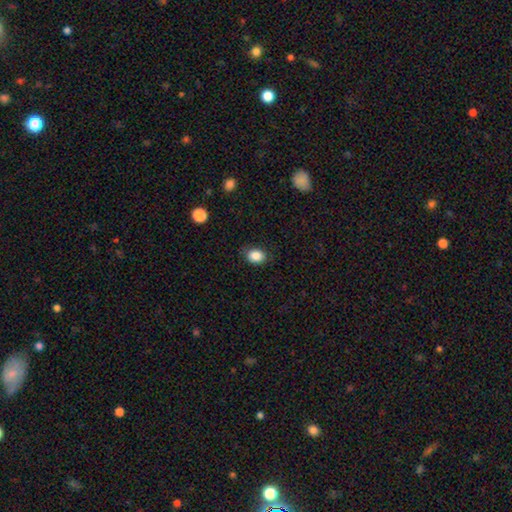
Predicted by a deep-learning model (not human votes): Smooth or featured? smooth (87%)
How rounded? in between (59%)
Merging? none (83%)